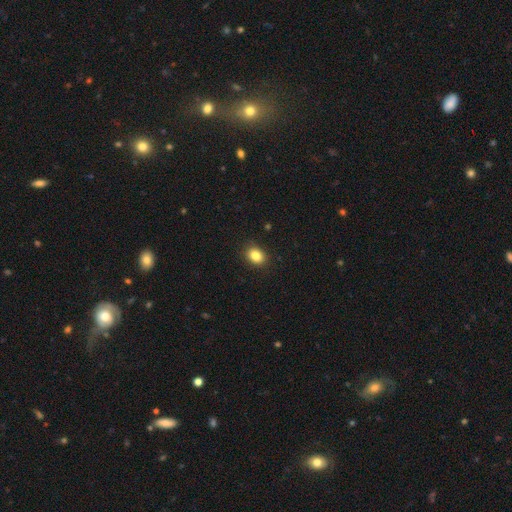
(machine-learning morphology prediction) The model was most divided on "how rounded": in between: 65%, round: 34%, cigar-shaped: 1%. More confident: merging — none (89%); smooth or featured — smooth (85%).